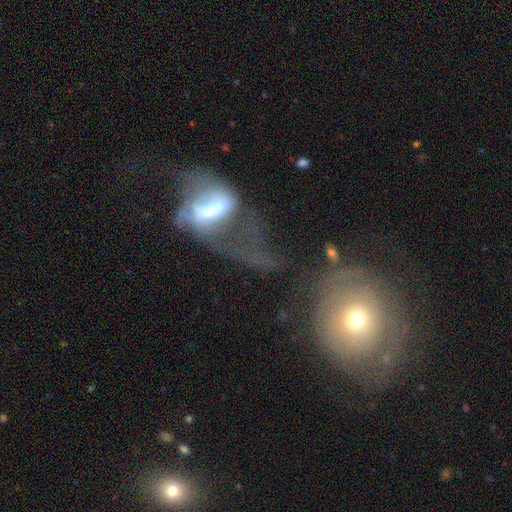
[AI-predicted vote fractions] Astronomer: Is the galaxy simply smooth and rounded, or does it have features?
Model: featured or disk — 69%.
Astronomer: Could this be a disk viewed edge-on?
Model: no — 94%.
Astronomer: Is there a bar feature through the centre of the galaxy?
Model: weak — 39% (runner-up: strong, 32%).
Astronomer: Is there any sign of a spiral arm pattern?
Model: yes — 74%.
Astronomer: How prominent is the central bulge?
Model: moderate — 53% (runner-up: small, 28%).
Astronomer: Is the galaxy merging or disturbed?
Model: major disturbance — 35% (runner-up: merger, 34%).